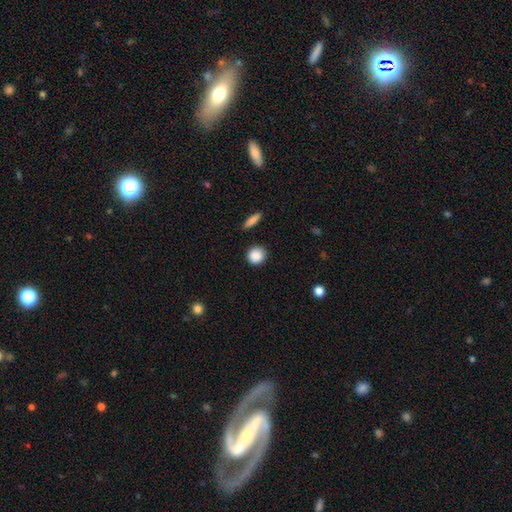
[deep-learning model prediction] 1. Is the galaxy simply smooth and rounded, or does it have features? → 88% smooth, 8% star or artifact, 3% featured or disk.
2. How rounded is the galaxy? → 91% round, 8% in between, 1% cigar-shaped.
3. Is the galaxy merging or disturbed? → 90% none, 7% minor disturbance, 2% major disturbance, 2% merger.